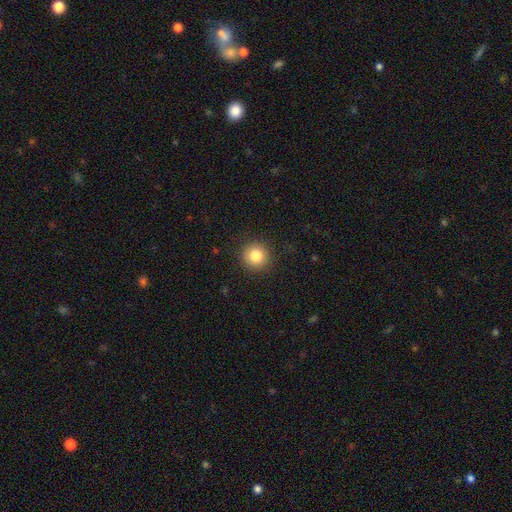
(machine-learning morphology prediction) This is clearly a smooth galaxy (84%). How rounded: clearly round (93%). Merging: clearly none (90%).